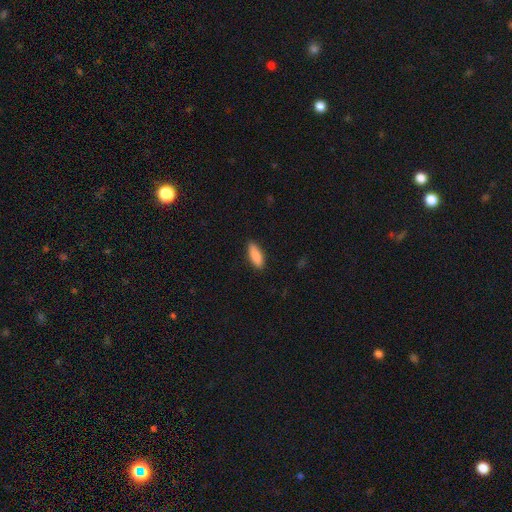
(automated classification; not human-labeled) Smooth or featured? Predicted: smooth (p=0.87). How rounded? Predicted: in between (p=0.64). Merging? Predicted: none (p=0.88).